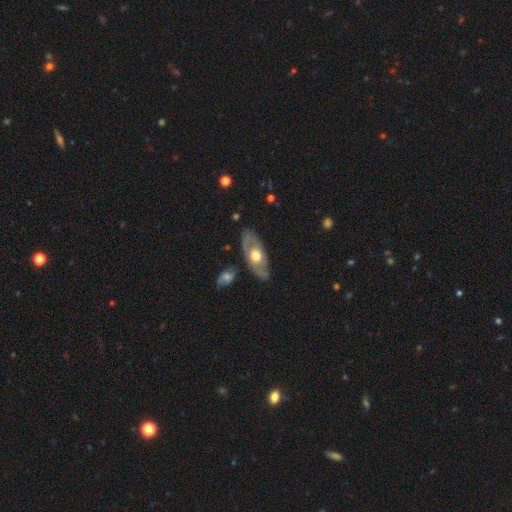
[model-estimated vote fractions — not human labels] Smooth or featured? featured or disk (57%)
Edge-on disk? no (74%)
Merging? none (78%)